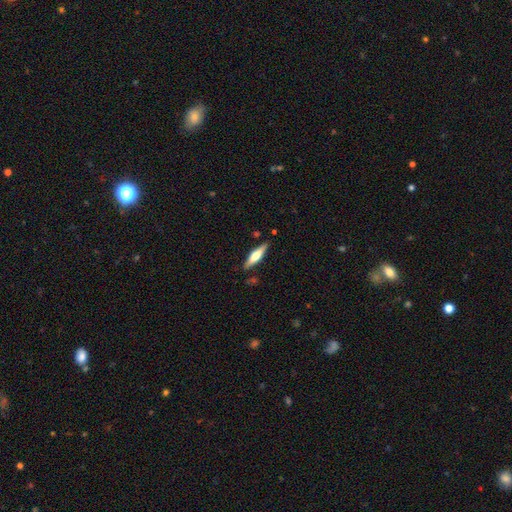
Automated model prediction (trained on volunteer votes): smooth-or-featured: featured or disk: 53% | smooth: 41% | star or artifact: 5%
  disk-edge-on: yes: 95% | no: 5%
    edge-on-bulge: rounded: 88% | boxy: 9% | none: 3%
  merging: none: 86% | minor disturbance: 10% | merger: 2% | major disturbance: 2%